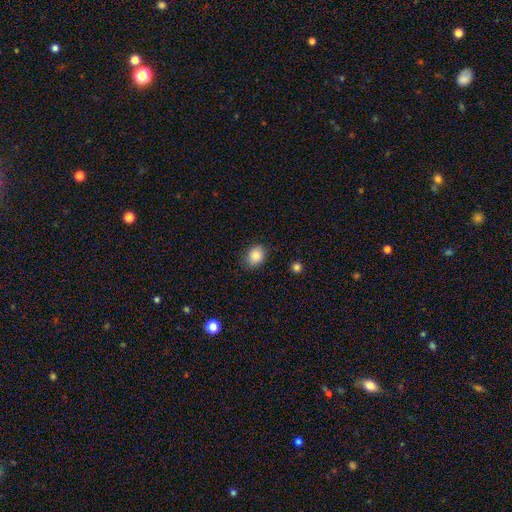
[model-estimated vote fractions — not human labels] smooth 87%, star or artifact 9%, featured or disk 5%. Down the decision tree: how rounded — in between (56%); merging — none (81%).